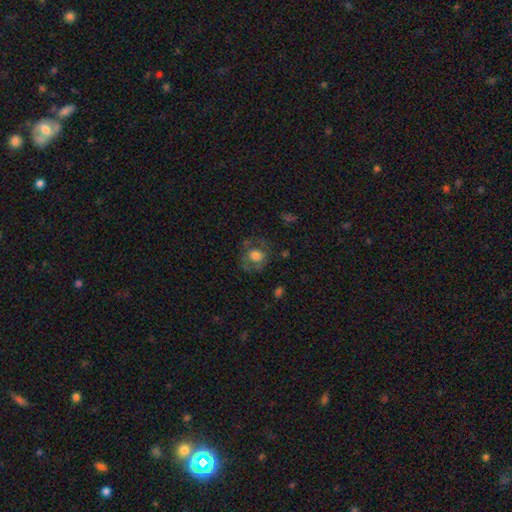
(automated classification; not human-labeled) smooth-or-featured: smooth: 56% | featured or disk: 34% | star or artifact: 10%
  how-rounded: round: 76% | in between: 23% | cigar-shaped: 1%
  merging: none: 63% | minor disturbance: 19% | major disturbance: 16% | merger: 2%